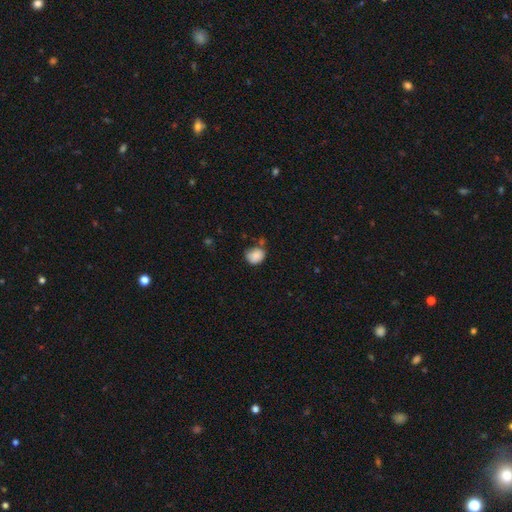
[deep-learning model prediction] Smooth or featured?
  - smooth: 86% *
  - star or artifact: 8%
  - featured or disk: 6%
How rounded?
  - round: 62% *
  - in between: 37%
  - cigar-shaped: 1%
Merging?
  - none: 58% *
  - minor disturbance: 26%
  - merger: 10%
  - major disturbance: 6%